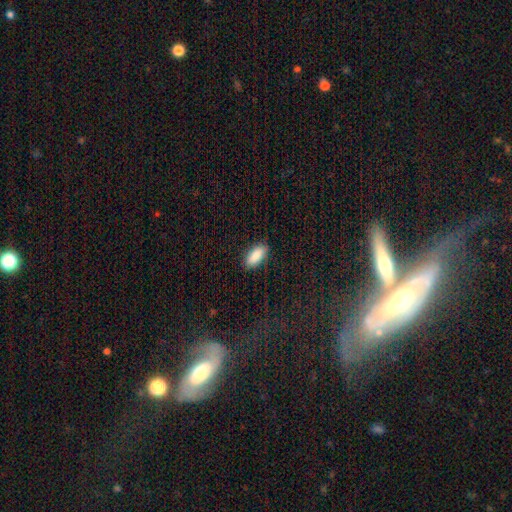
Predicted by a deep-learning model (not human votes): Overall: smooth (88%). How rounded: in between (86%). Merging: none (85%).